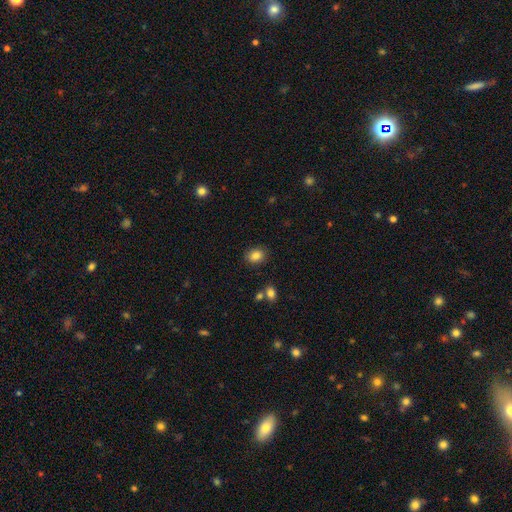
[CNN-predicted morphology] Smooth or featured? Predicted: smooth (p=0.84). How rounded? Predicted: in between (p=0.55). Merging? Predicted: none (p=0.86).